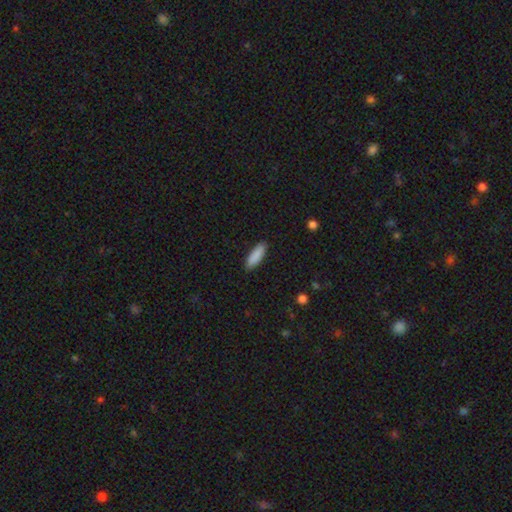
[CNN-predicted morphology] smooth 89%, star or artifact 6%, featured or disk 5%. Down the decision tree: how rounded — in between (50%); merging — none (88%).